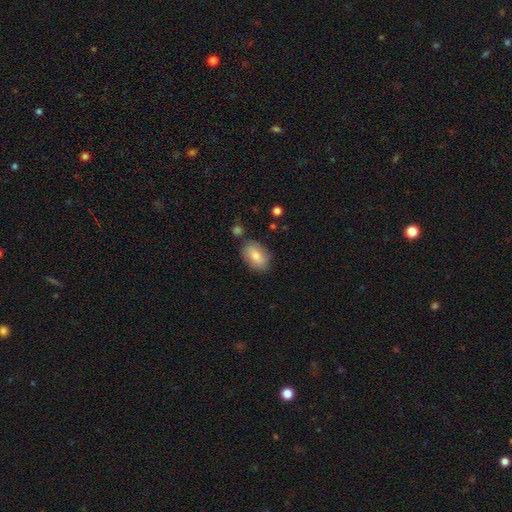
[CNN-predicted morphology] Smooth or featured? Predicted: smooth (p=0.76). How rounded? Predicted: in between (p=0.87). Merging? Predicted: none (p=0.80).